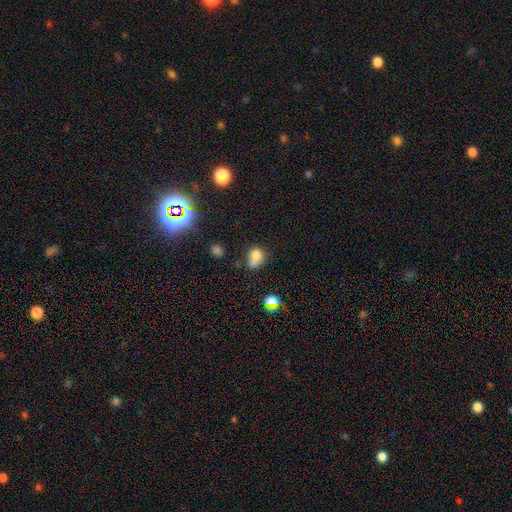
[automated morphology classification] Smooth or featured: smooth — 71% (star or artifact — 16%)
How rounded: round — 50% (in between — 48%)
Merging: none — 34% (merger — 26%)